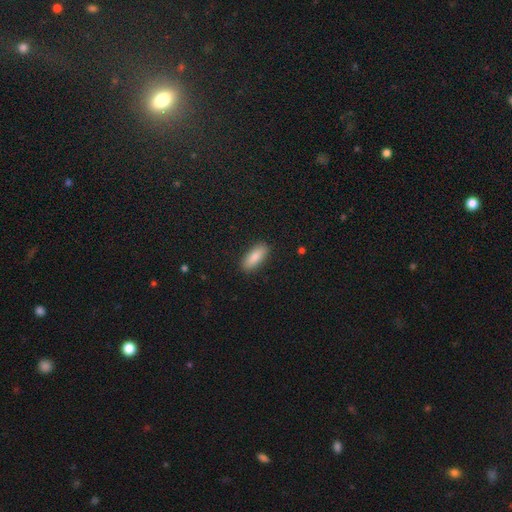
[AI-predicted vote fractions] This appears to be a smooth galaxy with no disk features (84%) that is in between round and cigar-shaped (72%). Merging: none (89%).